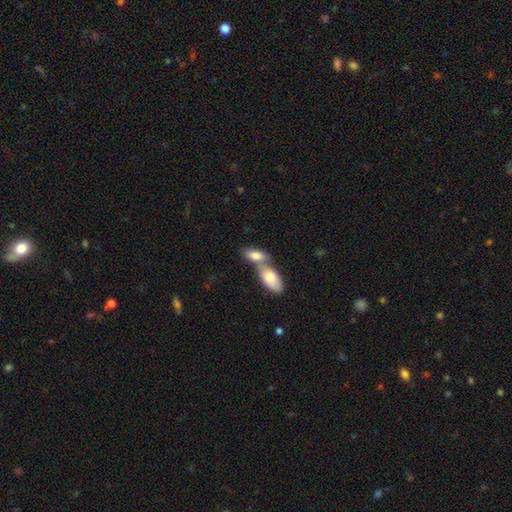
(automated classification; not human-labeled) A smooth galaxy with no disk features (79%) that is in between round and cigar-shaped (88%). Merging: merger (66%).